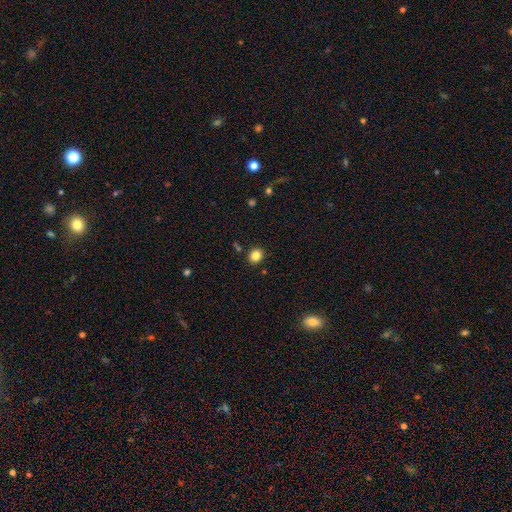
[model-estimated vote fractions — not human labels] smooth 84%, star or artifact 11%, featured or disk 5%. Down the decision tree: how rounded — round (70%); merging — none (88%).